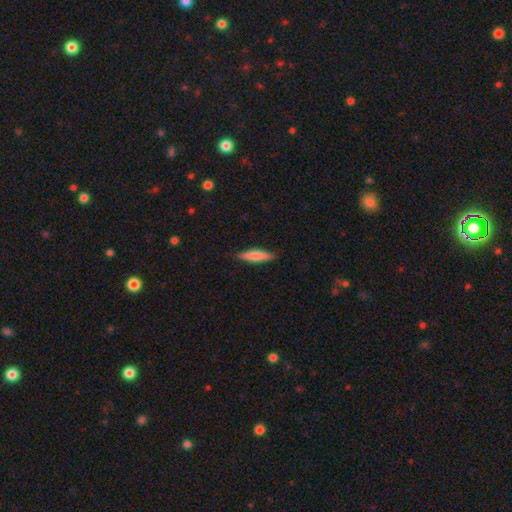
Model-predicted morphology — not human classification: This is likely a smooth galaxy (76%). How rounded: clearly cigar-shaped (81%). Merging: clearly none (89%).